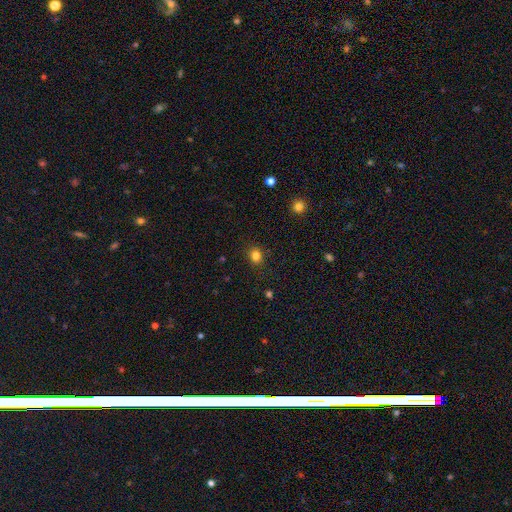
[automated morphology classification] Smooth or featured?
  - smooth: 82% *
  - star or artifact: 13%
  - featured or disk: 5%
How rounded?
  - round: 73% *
  - in between: 26%
  - cigar-shaped: 1%
Merging?
  - none: 88% *
  - minor disturbance: 9%
  - major disturbance: 3%
  - merger: 1%